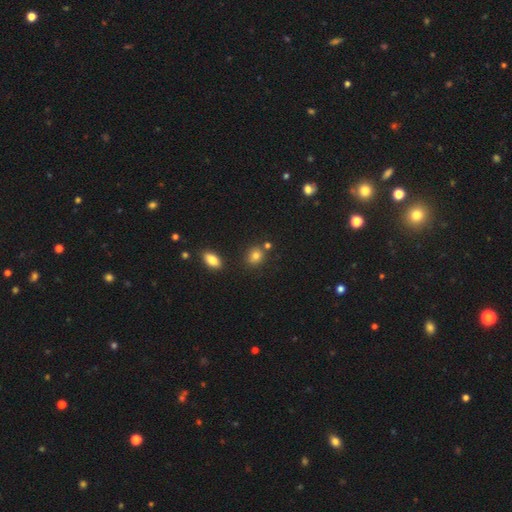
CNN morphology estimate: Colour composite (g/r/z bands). It shows a smooth galaxy with no disk features (81%) that is round (62%). Merging: none (74%).